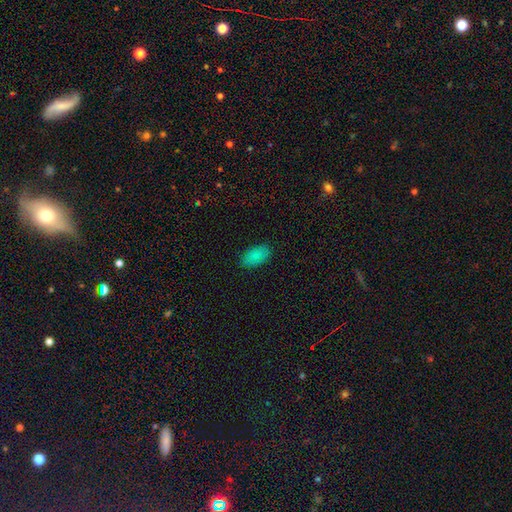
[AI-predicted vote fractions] Q: Smooth or featured?
A: smooth (86%); runner-up: star or artifact (9%)
Q: How rounded?
A: in between (94%); runner-up: round (4%)
Q: Merging?
A: none (86%); runner-up: minor disturbance (10%)